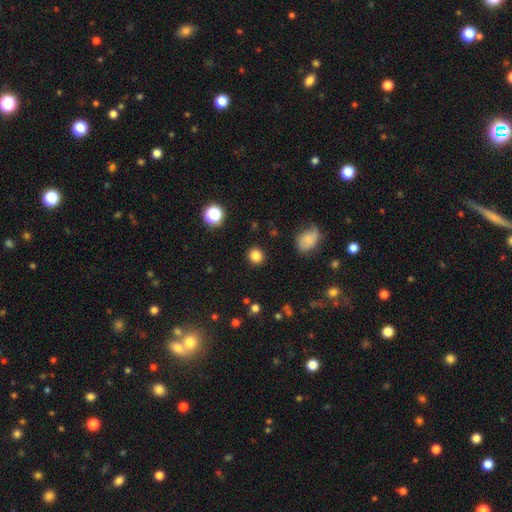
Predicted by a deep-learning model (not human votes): A smooth galaxy with no disk features (84%) that is round (84%). Merging: none (89%).